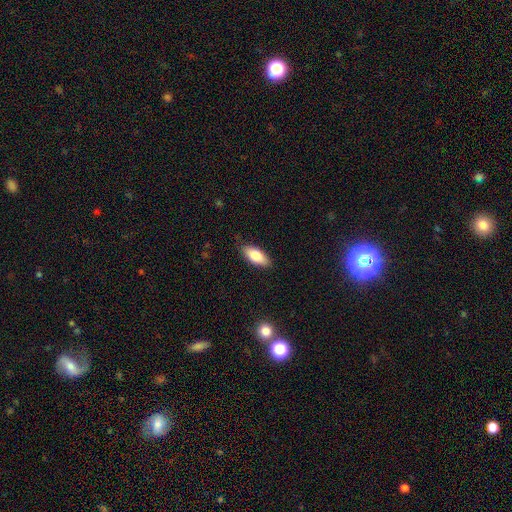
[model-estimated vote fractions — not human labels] Smooth or featured? smooth (81%)
How rounded? in between (81%)
Merging? none (84%)